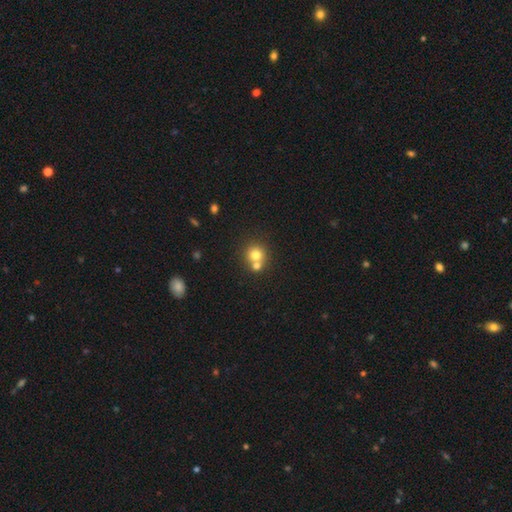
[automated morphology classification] Smooth or featured?
  - smooth: 74% *
  - featured or disk: 14%
  - star or artifact: 13%
How rounded?
  - round: 88% *
  - in between: 11%
  - cigar-shaped: 1%
Merging?
  - merger: 46% *
  - none: 45%
  - minor disturbance: 6%
  - major disturbance: 2%